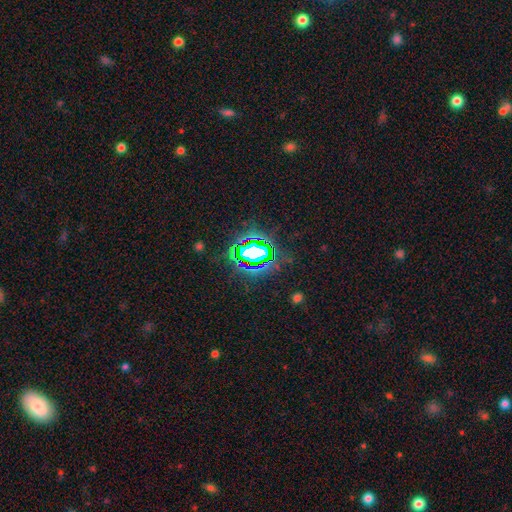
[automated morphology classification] Smooth or featured: star or artifact — 68% (smooth — 17%)